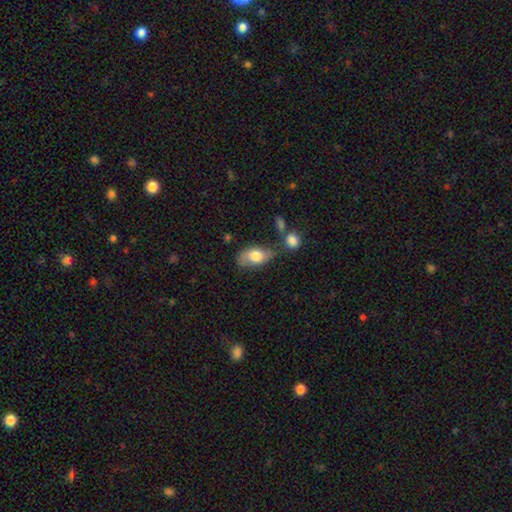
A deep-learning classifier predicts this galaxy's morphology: smooth 73%, featured or disk 20%, star or artifact 6%. Down the decision tree: how rounded — in between (91%); merging — none (54%).